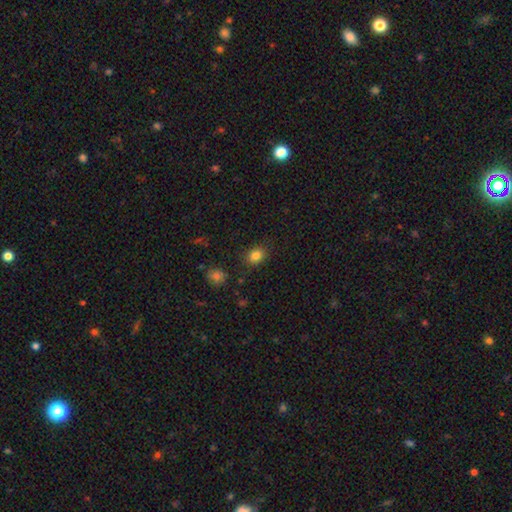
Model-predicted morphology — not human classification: Smooth or featured?
  - smooth: 83% *
  - star or artifact: 12%
  - featured or disk: 6%
How rounded?
  - round: 51% *
  - in between: 48%
  - cigar-shaped: 1%
Merging?
  - none: 86% *
  - minor disturbance: 10%
  - major disturbance: 3%
  - merger: 2%